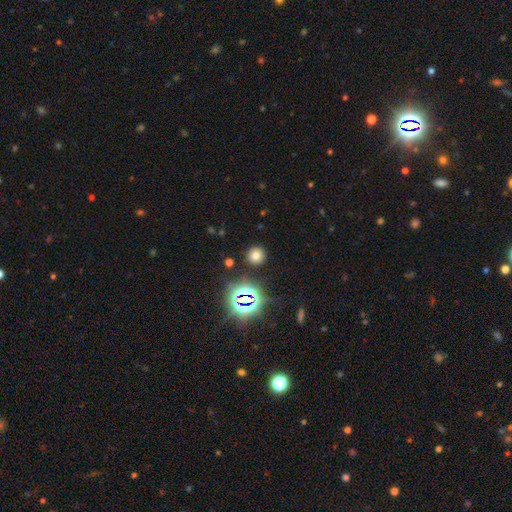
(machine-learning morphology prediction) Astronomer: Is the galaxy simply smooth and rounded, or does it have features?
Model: smooth — 68%.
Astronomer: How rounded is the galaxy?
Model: round — 92%.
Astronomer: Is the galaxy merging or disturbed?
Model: none — 89%.